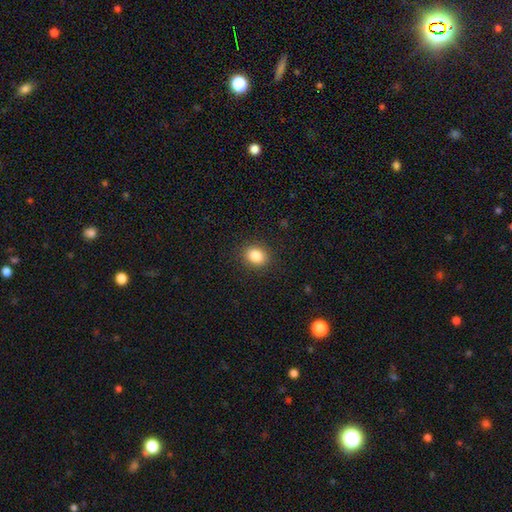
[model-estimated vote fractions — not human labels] Smooth or featured: smooth — 85% (star or artifact — 10%)
How rounded: in between — 52% (round — 47%)
Merging: none — 89% (minor disturbance — 8%)